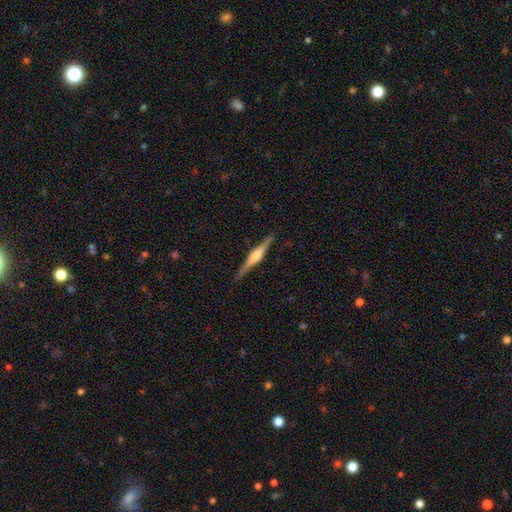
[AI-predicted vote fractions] Smooth or featured?
  - featured or disk: 76% *
  - smooth: 19%
  - star or artifact: 6%
Edge-on disk?
  - yes: 98% *
  - no: 2%
Edge-on bulge?
  - rounded: 69% *
  - boxy: 24%
  - none: 6%
Merging?
  - none: 88% *
  - minor disturbance: 9%
  - major disturbance: 2%
  - merger: 1%